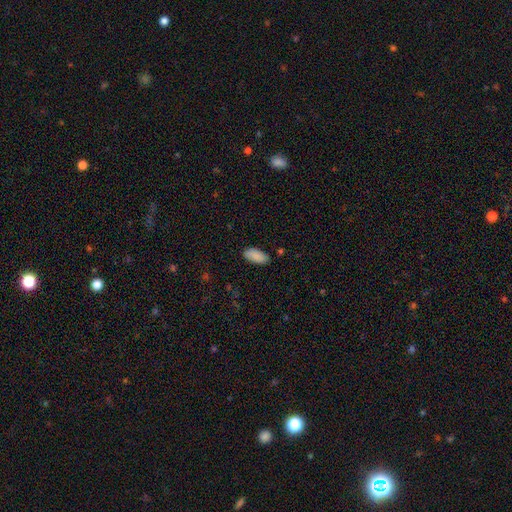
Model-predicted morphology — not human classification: Q: Smooth or featured?
A: smooth (90%); runner-up: star or artifact (6%)
Q: How rounded?
A: in between (91%); runner-up: cigar-shaped (8%)
Q: Merging?
A: none (84%); runner-up: minor disturbance (12%)